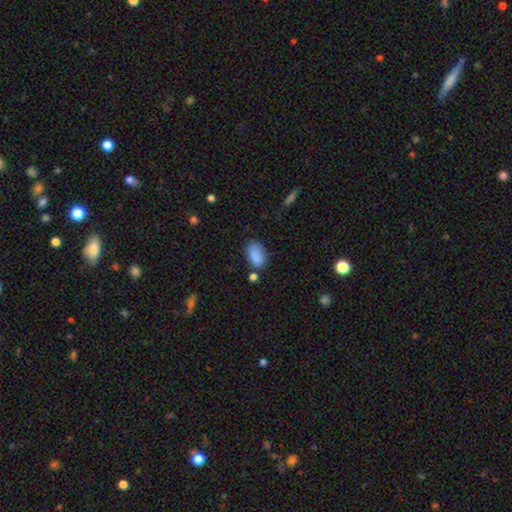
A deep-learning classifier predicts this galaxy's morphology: Smooth or featured: smooth — 88% (star or artifact — 8%)
How rounded: in between — 92% (round — 7%)
Merging: none — 68% (minor disturbance — 20%)